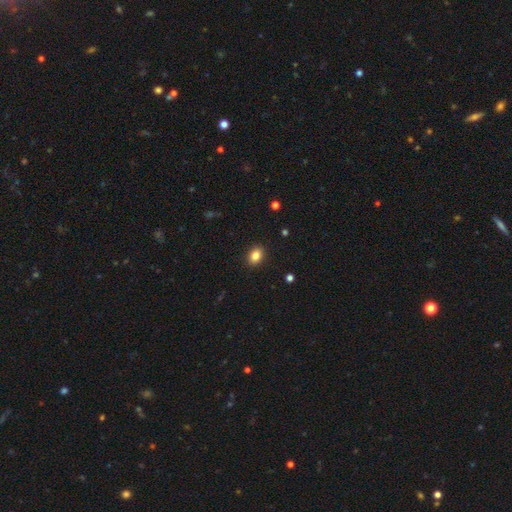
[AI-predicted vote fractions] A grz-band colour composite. It shows a smooth galaxy with no disk features (84%) that is in between round and cigar-shaped (66%). Merging: none (90%).